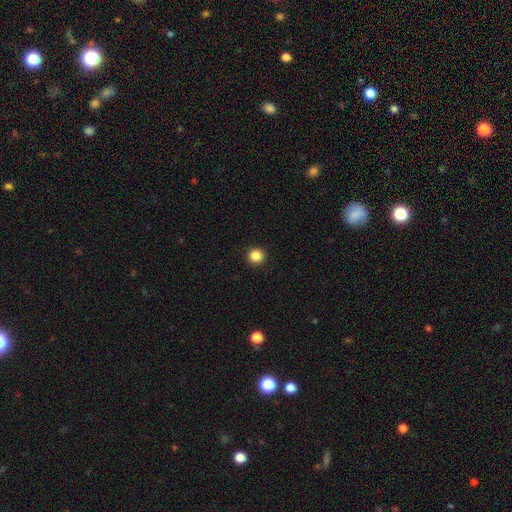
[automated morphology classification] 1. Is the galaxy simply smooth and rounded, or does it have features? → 86% smooth, 11% star or artifact, 4% featured or disk.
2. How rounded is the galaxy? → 95% round, 4% in between, 1% cigar-shaped.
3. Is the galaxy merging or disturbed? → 94% none, 4% minor disturbance, 1% major disturbance, 1% merger.